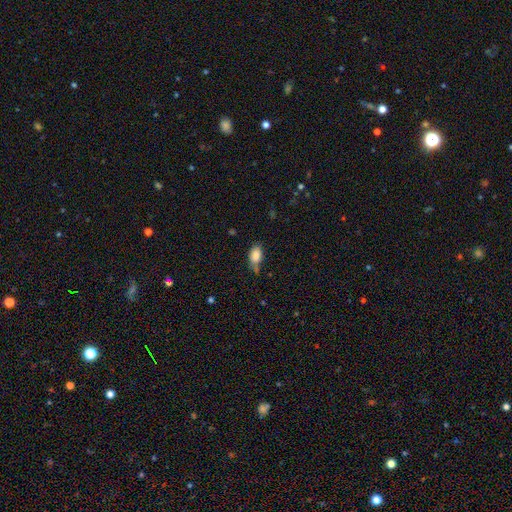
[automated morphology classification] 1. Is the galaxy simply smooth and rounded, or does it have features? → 85% smooth, 8% star or artifact, 7% featured or disk.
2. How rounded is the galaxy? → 91% in between, 6% round, 3% cigar-shaped.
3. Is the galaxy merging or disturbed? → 54% none, 30% minor disturbance, 8% merger, 8% major disturbance.